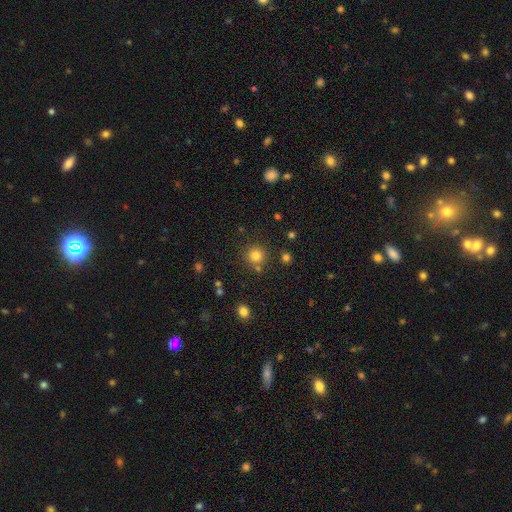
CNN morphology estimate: smooth_or_featured: smooth (p=0.79) [alt: star or artifact p=0.15]
how_rounded: round (p=0.94) [alt: in between p=0.05]
merging: none (p=0.81) [alt: merger p=0.09]